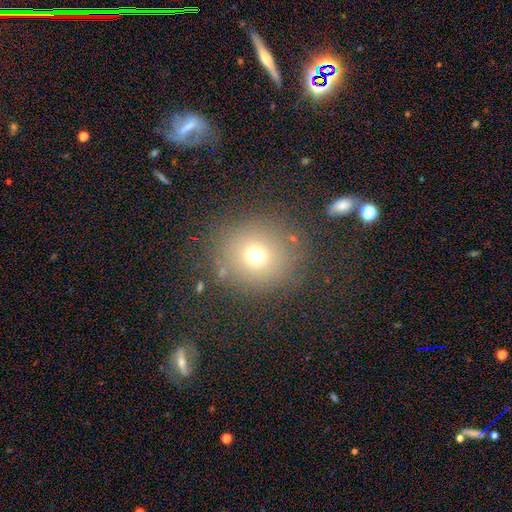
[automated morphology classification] smooth-or-featured: smooth: 70% | star or artifact: 19% | featured or disk: 12%
  how-rounded: round: 89% | in between: 10% | cigar-shaped: 1%
  merging: none: 82% | minor disturbance: 10% | major disturbance: 5% | merger: 3%